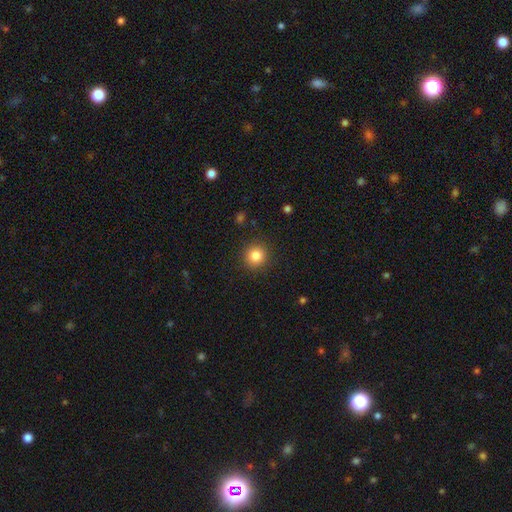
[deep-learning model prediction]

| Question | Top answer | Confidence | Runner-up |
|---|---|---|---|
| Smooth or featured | smooth | 83% | star or artifact (11%) |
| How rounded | round | 91% | in between (8%) |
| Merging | none | 90% | minor disturbance (7%) |